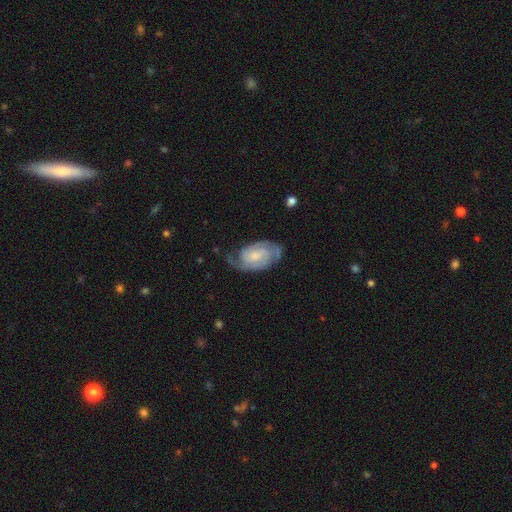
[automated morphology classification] Overall: featured or disk (84%). Edge-on disk: no (97%). Bar: no (54%; weak 39%). Spiral arms: yes (96%). Spiral arm count: 2 (66%). Spiral winding: tight (59%; medium 34%). Bulge size: small (39%; moderate 36%). Merging: none (67%).